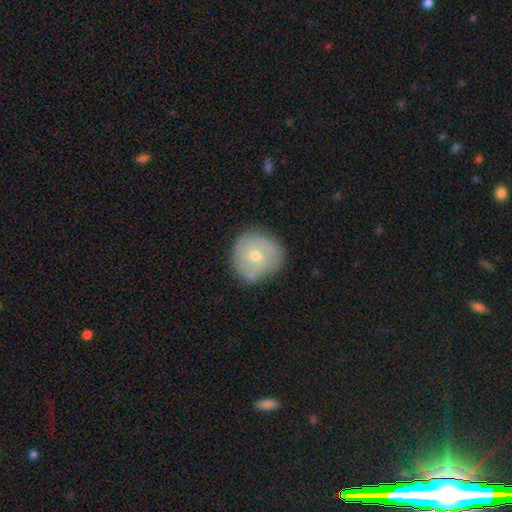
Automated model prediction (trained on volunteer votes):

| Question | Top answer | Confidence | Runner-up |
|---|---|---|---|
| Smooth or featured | smooth | 55% | featured or disk (37%) |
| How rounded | round | 91% | in between (8%) |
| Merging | none | 72% | minor disturbance (20%) |